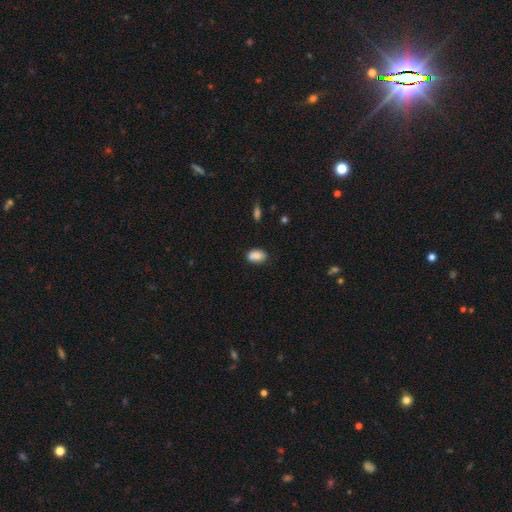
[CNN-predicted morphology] Smooth or featured: smooth — 81% (featured or disk — 11%)
How rounded: in between — 85% (round — 13%)
Merging: none — 74% (minor disturbance — 17%)